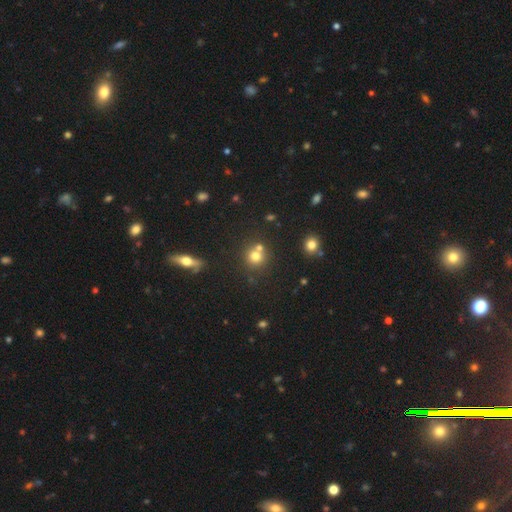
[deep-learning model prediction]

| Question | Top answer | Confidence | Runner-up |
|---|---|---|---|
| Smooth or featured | smooth | 72% | star or artifact (16%) |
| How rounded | round | 88% | in between (11%) |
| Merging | none | 58% | merger (30%) |